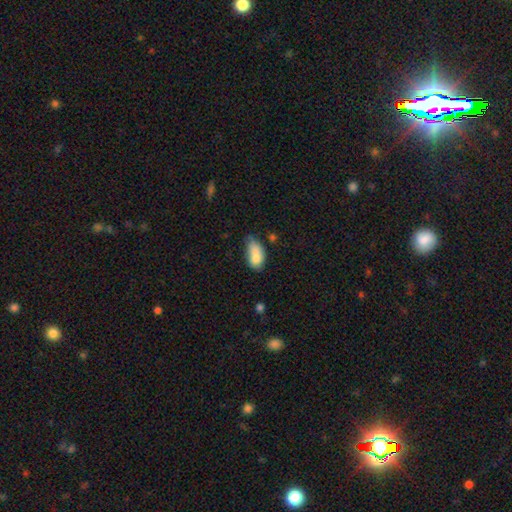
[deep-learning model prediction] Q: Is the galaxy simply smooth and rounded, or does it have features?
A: smooth — 79%.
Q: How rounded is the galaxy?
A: in between — 90%.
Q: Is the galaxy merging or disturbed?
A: minor disturbance — 42%.